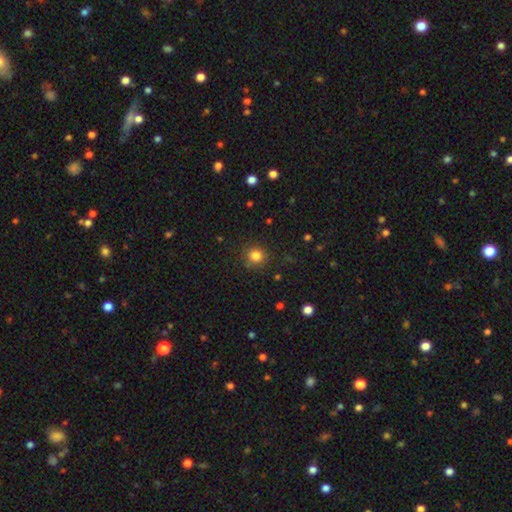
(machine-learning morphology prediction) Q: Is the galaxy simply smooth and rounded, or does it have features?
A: smooth — 82%.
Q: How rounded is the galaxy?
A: round — 88%.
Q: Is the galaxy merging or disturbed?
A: none — 86%.